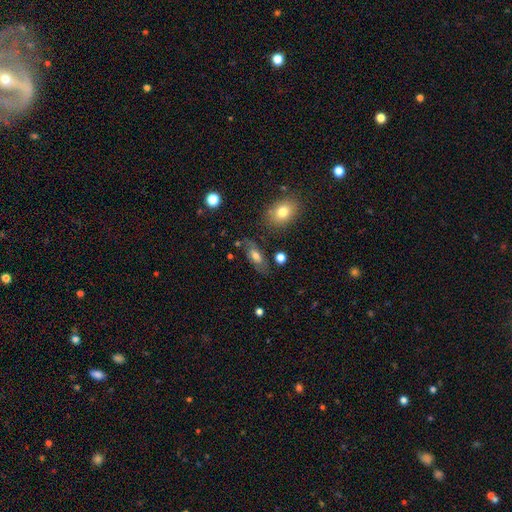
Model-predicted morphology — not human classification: Smooth or featured: smooth — 52% (featured or disk — 38%)
How rounded: in between — 79% (cigar-shaped — 15%)
Merging: none — 71% (minor disturbance — 18%)